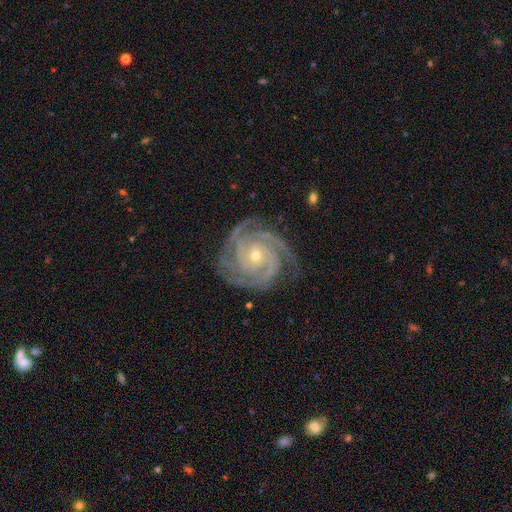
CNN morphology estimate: smooth_or_featured: featured or disk (p=0.93) [alt: star or artifact p=0.04]
disk_edge_on: no (p=0.98) [alt: yes p=0.02]
bar: no (p=0.69) [alt: weak p=0.21]
has_spiral_arms: yes (p=0.99) [alt: no p=0.01]
spiral_winding: tight (p=0.79) [alt: medium p=0.19]
spiral_arm_count: 3 (p=0.43) [alt: 4 p=0.29]
bulge_size: small (p=0.64) [alt: moderate p=0.33]
merging: none (p=0.81) [alt: minor disturbance p=0.14]